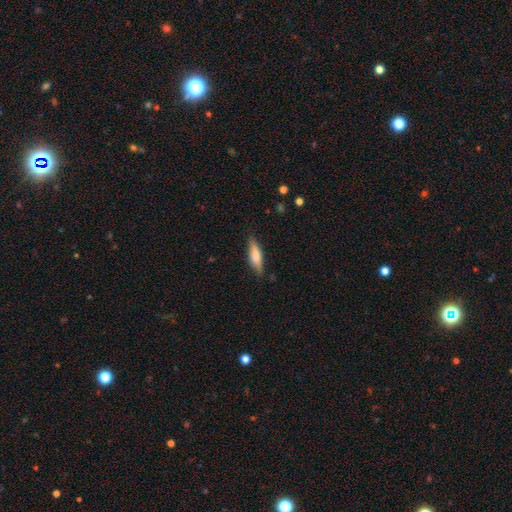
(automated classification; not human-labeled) smooth 62%, featured or disk 32%, star or artifact 6%. Down the decision tree: how rounded — cigar-shaped (63%); merging — none (82%).